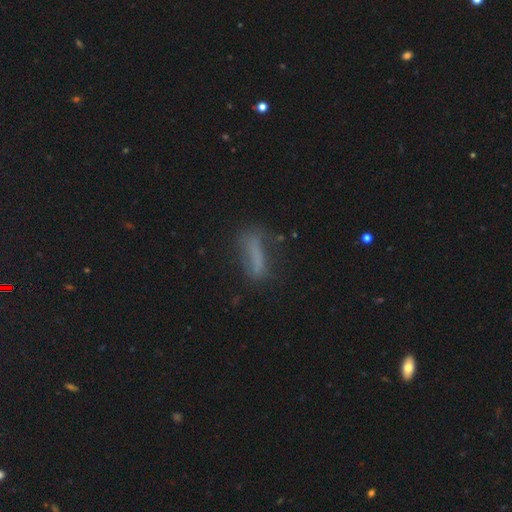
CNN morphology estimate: This appears to be a smooth galaxy with no disk features (60%) that is cigar-shaped (75%). Merging: none (63%).